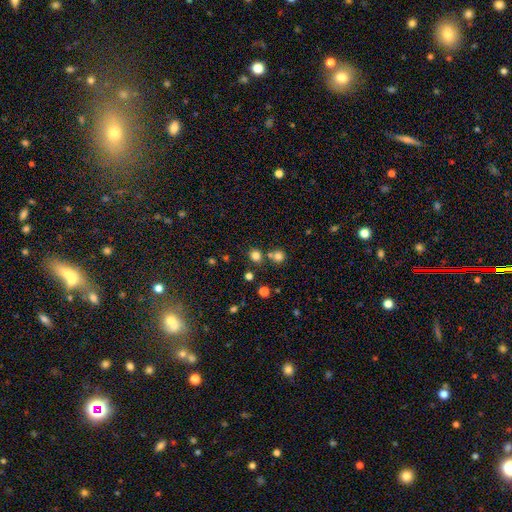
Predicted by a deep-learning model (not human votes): Smooth or featured?
  - smooth: 77% *
  - star or artifact: 17%
  - featured or disk: 6%
How rounded?
  - round: 84% *
  - in between: 15%
  - cigar-shaped: 1%
Merging?
  - none: 69% *
  - merger: 20%
  - minor disturbance: 8%
  - major disturbance: 3%